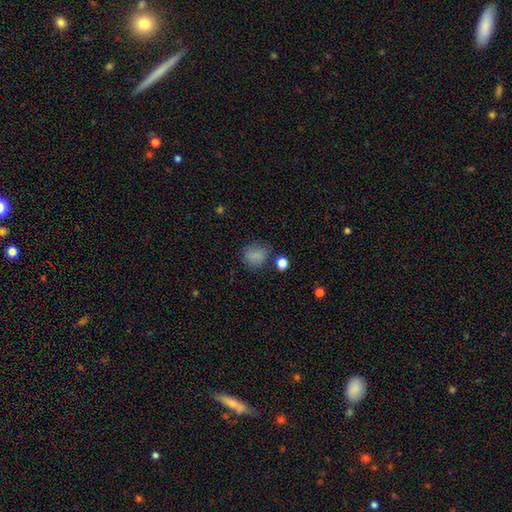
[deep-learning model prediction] A smooth galaxy with no disk features (81%) that is round (66%). Merging: none (69%).